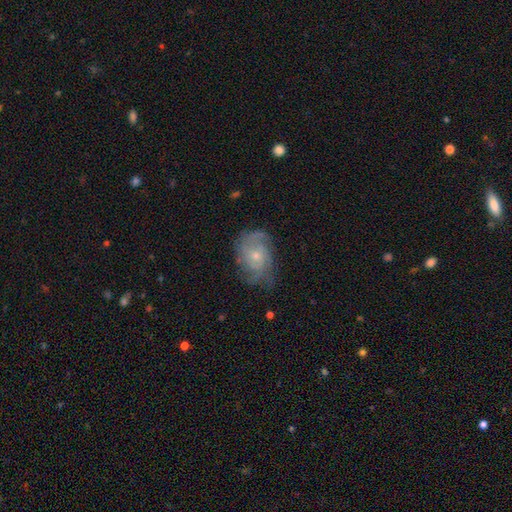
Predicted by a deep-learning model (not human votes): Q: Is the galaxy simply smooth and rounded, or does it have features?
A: featured or disk — 72%.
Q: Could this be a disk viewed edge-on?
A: no — 97%.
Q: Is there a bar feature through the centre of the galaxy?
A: no — 78%.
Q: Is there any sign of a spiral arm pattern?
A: yes — 89%.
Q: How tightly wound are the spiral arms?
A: tight — 45%.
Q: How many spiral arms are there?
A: can't tell — 36%.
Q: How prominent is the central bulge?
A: small — 61%.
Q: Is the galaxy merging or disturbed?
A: none — 61%.